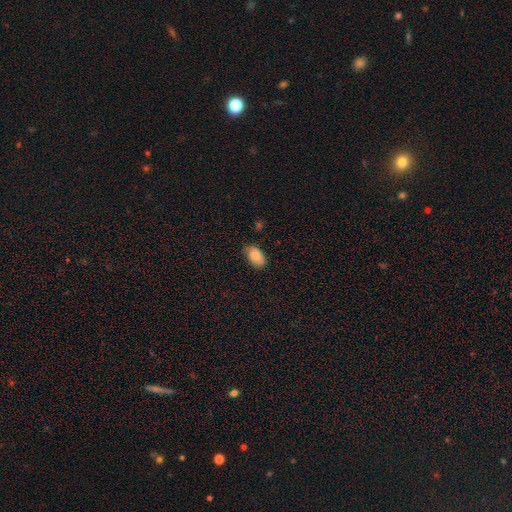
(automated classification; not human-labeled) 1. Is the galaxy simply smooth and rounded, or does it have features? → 82% smooth, 10% featured or disk, 8% star or artifact.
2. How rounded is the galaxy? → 92% in between, 6% round, 1% cigar-shaped.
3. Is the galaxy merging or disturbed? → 71% none, 24% minor disturbance, 4% major disturbance, 1% merger.